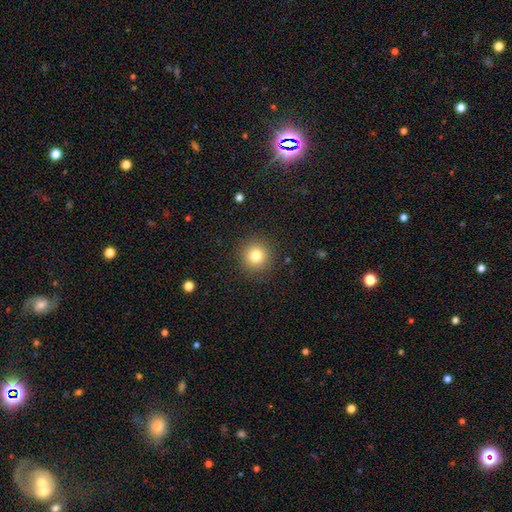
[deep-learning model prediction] A smooth galaxy with no disk features (79%) that is round (95%).

Vote fractions:
- Smooth or featured? smooth: 79% / star or artifact: 13% / featured or disk: 8%
- How rounded? round: 95% / in between: 4% / cigar-shaped: 1%
- Merging? none: 91% / minor disturbance: 6% / major disturbance: 2% / merger: 1%